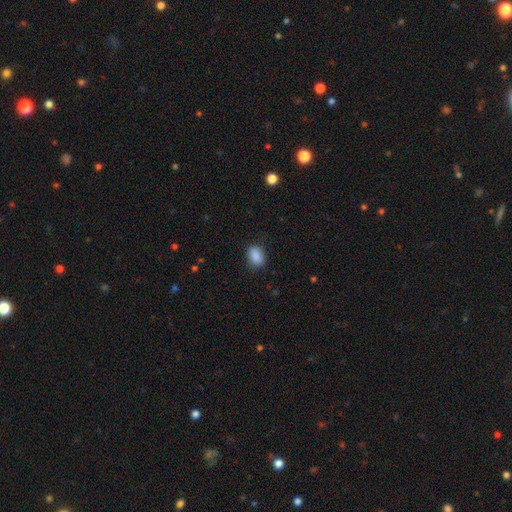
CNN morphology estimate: A smooth galaxy with no disk features (89%) that is in between round and cigar-shaped (81%). Merging: none (81%).